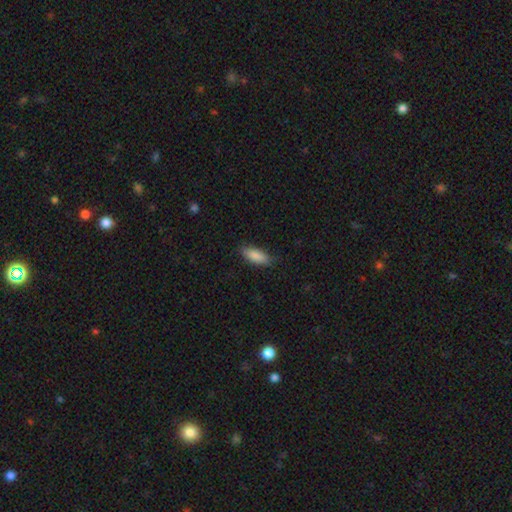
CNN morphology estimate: A smooth galaxy with no disk features (88%) that is in between round and cigar-shaped (71%).

Vote fractions:
- Smooth or featured? smooth: 88% / featured or disk: 6% / star or artifact: 6%
- How rounded? in between: 71% / cigar-shaped: 27% / round: 2%
- Merging? none: 80% / minor disturbance: 16% / major disturbance: 3% / merger: 1%